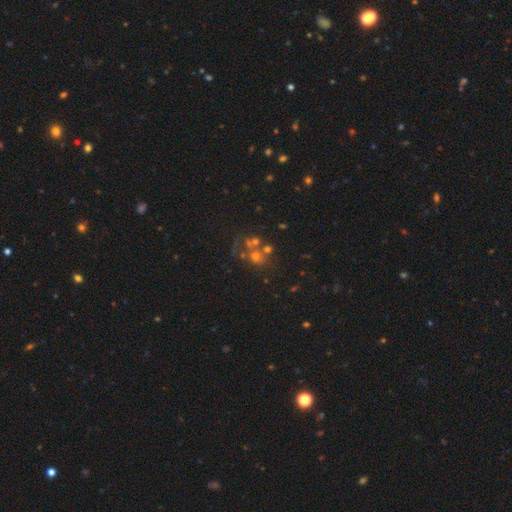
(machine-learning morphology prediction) smooth-or-featured: star or artifact: 36% | smooth: 33% | featured or disk: 31%